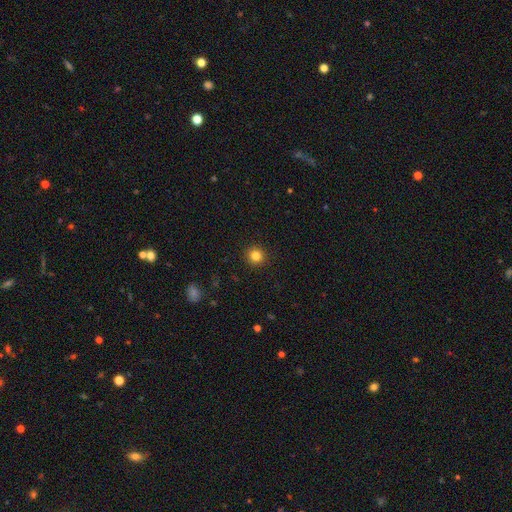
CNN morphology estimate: Smooth or featured?
  - smooth: 83% *
  - star or artifact: 12%
  - featured or disk: 5%
How rounded?
  - round: 94% *
  - in between: 5%
  - cigar-shaped: 1%
Merging?
  - none: 93% *
  - minor disturbance: 5%
  - major disturbance: 2%
  - merger: 1%